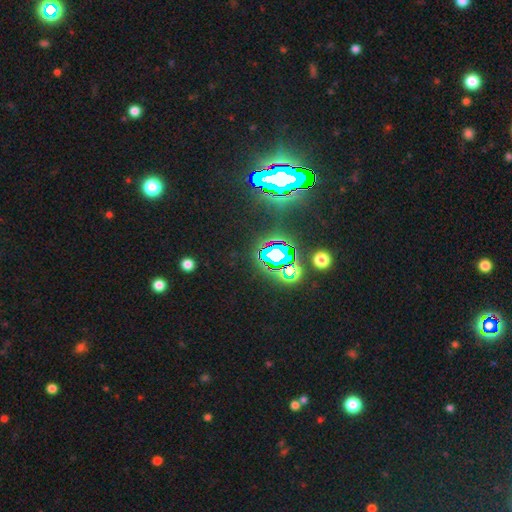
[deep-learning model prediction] This appears to be a star or artifact, not a galaxy (80%).